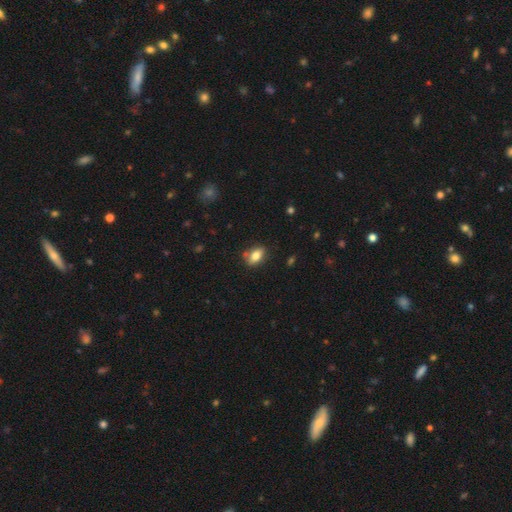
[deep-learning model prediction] Overall: smooth (80%). How rounded: in between (84%). Merging: none (74%).